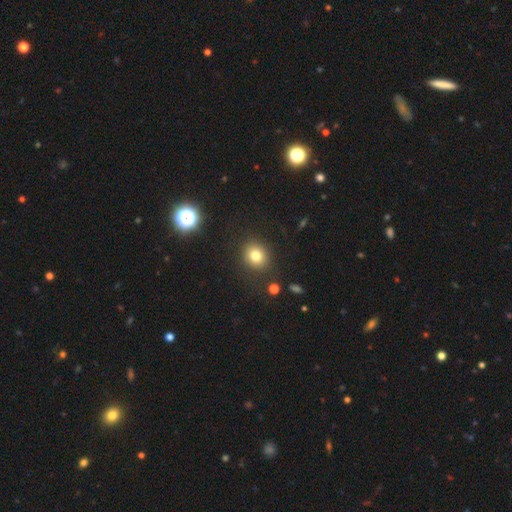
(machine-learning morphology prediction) A smooth galaxy with no disk features (79%) that is round (75%). Merging: none (86%).